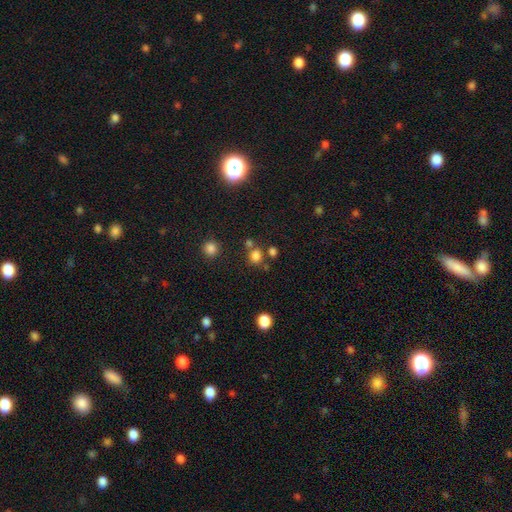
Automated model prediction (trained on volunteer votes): A smooth galaxy with no disk features (76%) that is round (74%).

Vote fractions:
- Smooth or featured? smooth: 76% / star or artifact: 18% / featured or disk: 6%
- How rounded? round: 74% / in between: 25% / cigar-shaped: 1%
- Merging? none: 64% / merger: 21% / minor disturbance: 10% / major disturbance: 5%